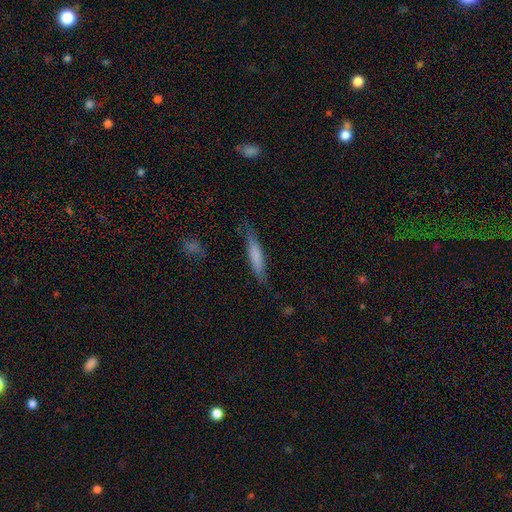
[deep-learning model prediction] smooth_or_featured: smooth (p=0.72) [alt: featured or disk p=0.22]
how_rounded: cigar-shaped (p=0.89) [alt: in between p=0.10]
merging: none (p=0.77) [alt: minor disturbance p=0.18]